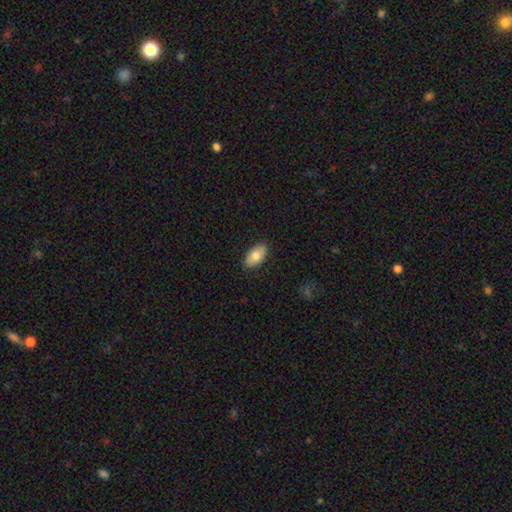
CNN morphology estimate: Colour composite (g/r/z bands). It shows a smooth galaxy with no disk features (80%) that is in between round and cigar-shaped (94%). Merging: none (86%).